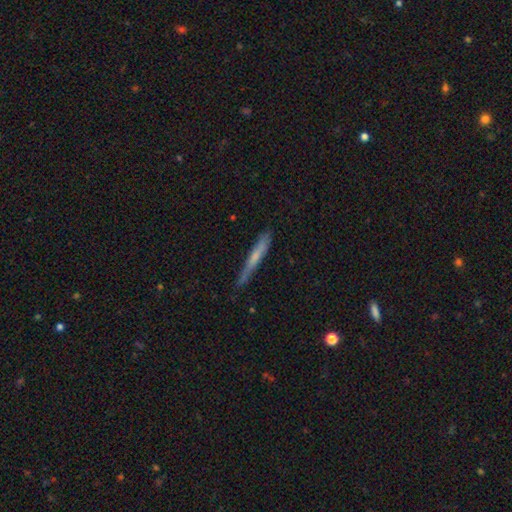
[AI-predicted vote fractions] Morphology: type=smooth (54%); roundness=cigar-shaped (95%); merging=none (71%).